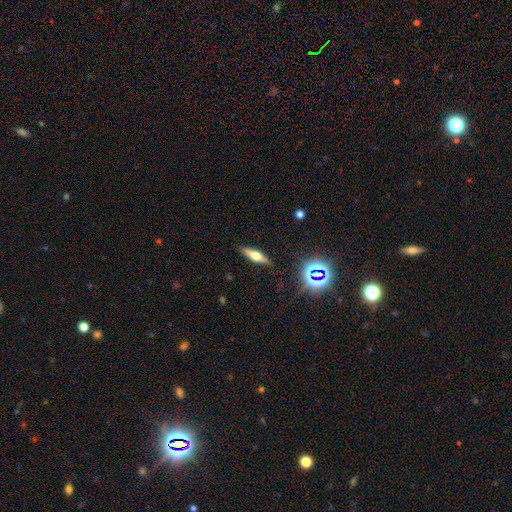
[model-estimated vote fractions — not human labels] featured or disk 46%, smooth 42%, star or artifact 12%. Down the decision tree: merging — none (88%).